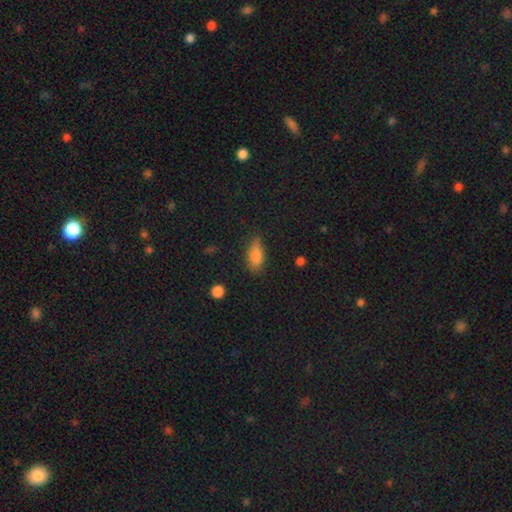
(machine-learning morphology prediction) A smooth galaxy with no disk features (80%) that is in between round and cigar-shaped (83%).

Vote fractions:
- Smooth or featured? smooth: 80% / featured or disk: 11% / star or artifact: 9%
- How rounded? in between: 83% / cigar-shaped: 13% / round: 4%
- Merging? none: 68% / minor disturbance: 25% / major disturbance: 5% / merger: 2%